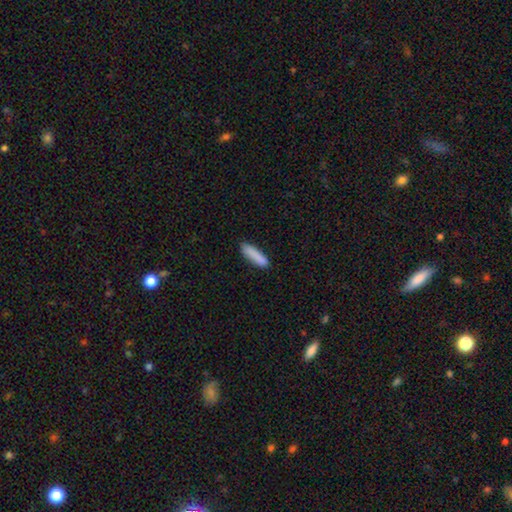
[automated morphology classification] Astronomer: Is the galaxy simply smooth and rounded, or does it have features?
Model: smooth — 87%.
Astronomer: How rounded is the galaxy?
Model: cigar-shaped — 76%.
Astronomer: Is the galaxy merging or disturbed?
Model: none — 86%.